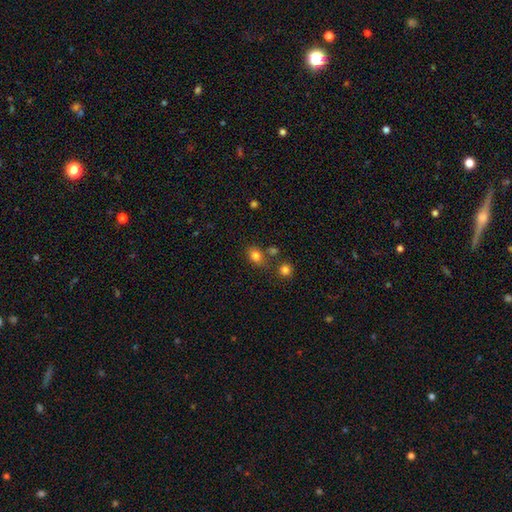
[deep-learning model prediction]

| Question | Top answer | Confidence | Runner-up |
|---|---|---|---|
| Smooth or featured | smooth | 80% | star or artifact (12%) |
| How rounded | in between | 58% | round (40%) |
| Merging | none | 68% | minor disturbance (15%) |